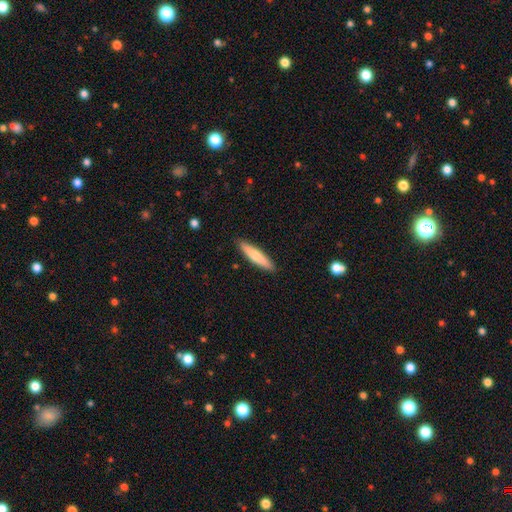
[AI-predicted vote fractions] Smooth or featured: smooth — 70% (featured or disk — 24%)
How rounded: cigar-shaped — 83% (in between — 15%)
Merging: none — 90% (minor disturbance — 7%)